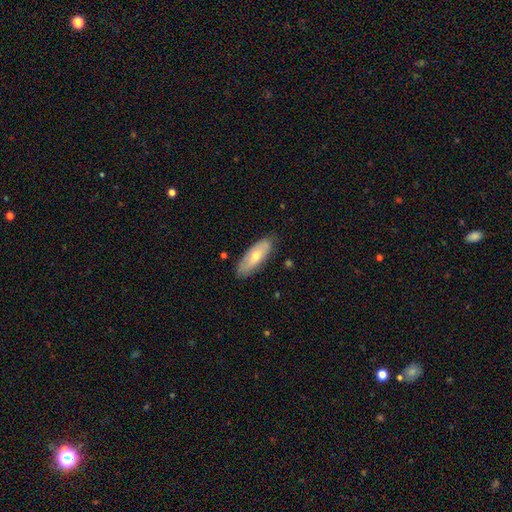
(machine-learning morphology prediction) Smooth or featured? Predicted: smooth (p=0.55). How rounded? Predicted: in between (p=0.67). Merging? Predicted: none (p=0.82).